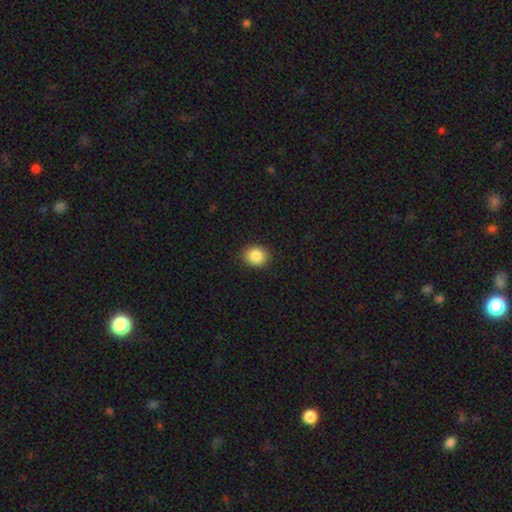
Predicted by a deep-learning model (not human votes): Smooth or featured?
  - smooth: 87% *
  - star or artifact: 9%
  - featured or disk: 4%
How rounded?
  - round: 63% *
  - in between: 36%
  - cigar-shaped: 1%
Merging?
  - none: 89% *
  - minor disturbance: 8%
  - major disturbance: 2%
  - merger: 1%